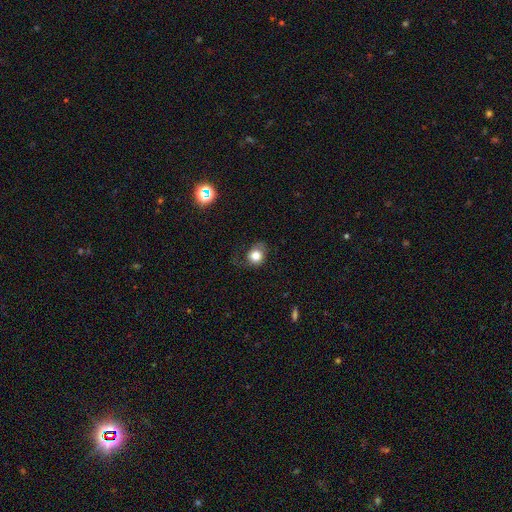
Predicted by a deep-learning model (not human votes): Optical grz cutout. It shows a smooth galaxy with no disk features (77%) that is round (67%). Merging: none (53%).